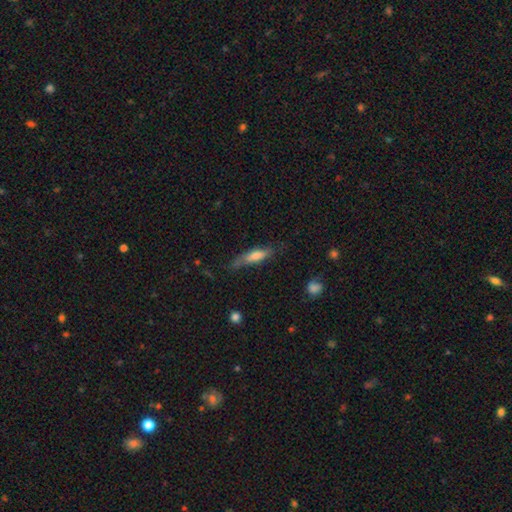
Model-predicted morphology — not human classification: A smooth galaxy with no disk features (65%) that is cigar-shaped (66%). Merging: none (60%).